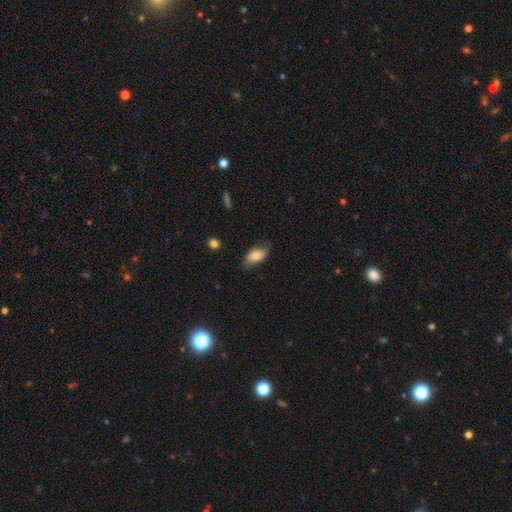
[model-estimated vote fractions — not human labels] This is likely a smooth galaxy (75%). How rounded: clearly in between (92%). Merging: likely none (68%).